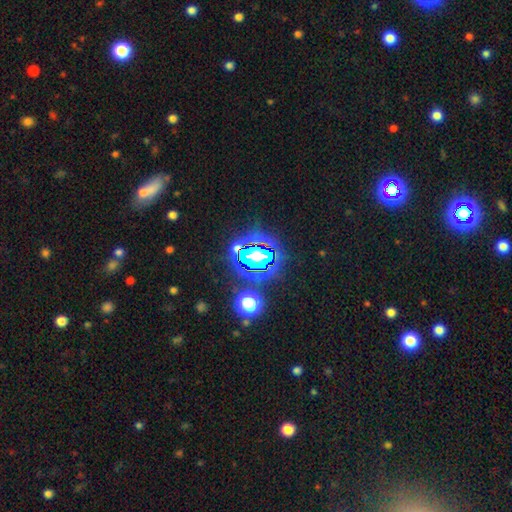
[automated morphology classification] Smooth or featured: star or artifact — 64% (smooth — 22%)